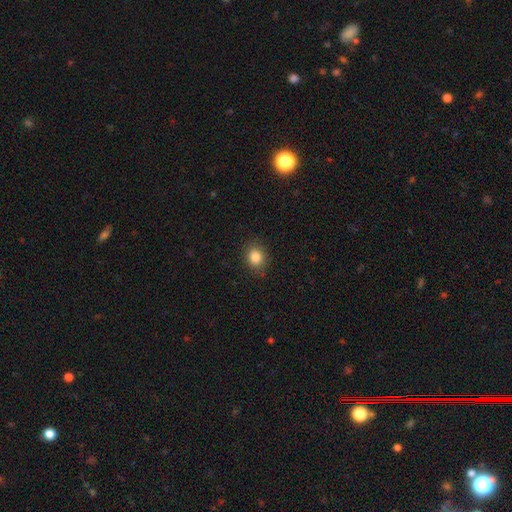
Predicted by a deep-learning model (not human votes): Smooth or featured? Predicted: smooth (p=0.85). How rounded? Predicted: round (p=0.61). Merging? Predicted: none (p=0.87).